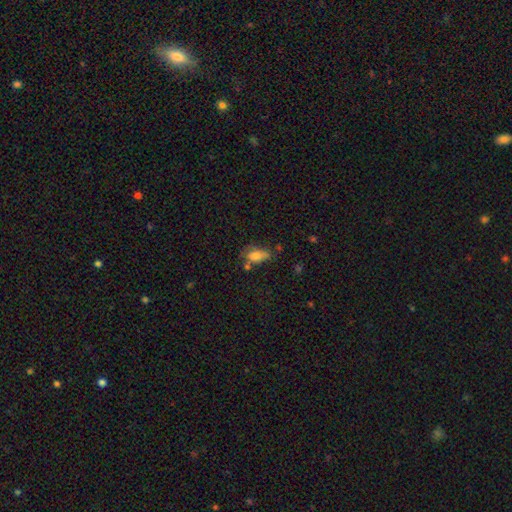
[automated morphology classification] type=smooth (73%); roundness=in between (83%); merging=none (43%).